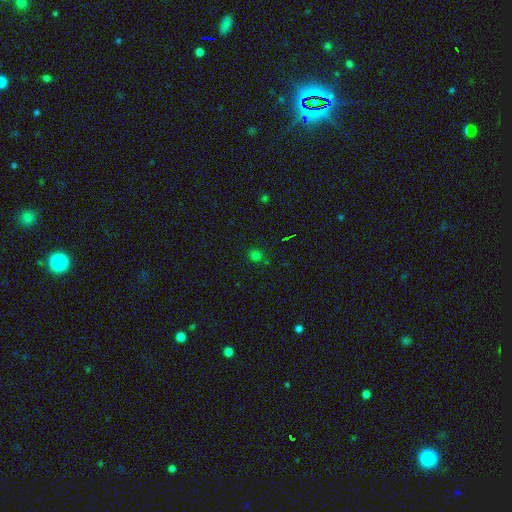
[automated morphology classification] smooth 65%, star or artifact 29%, featured or disk 5%. Down the decision tree: how rounded — round (86%); merging — none (78%).